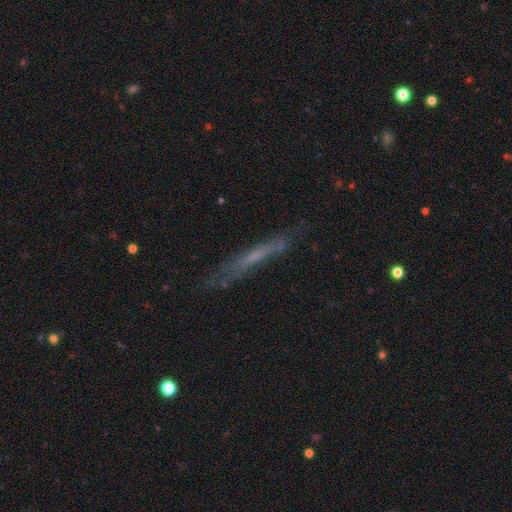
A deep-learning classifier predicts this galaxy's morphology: type=featured or disk (53%); edge-on=yes (80%); merging=none (72%).